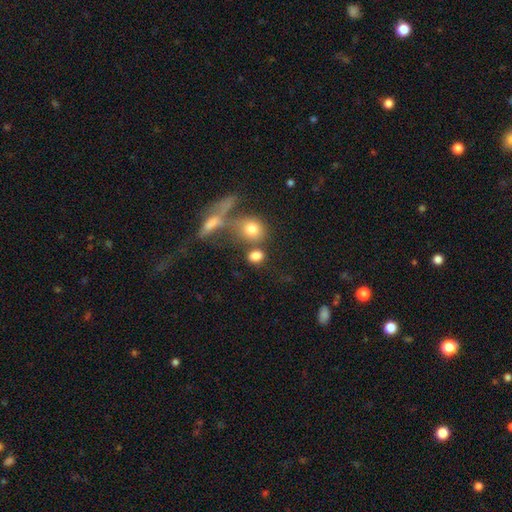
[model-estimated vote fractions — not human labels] smooth 79%, star or artifact 11%, featured or disk 10%. Down the decision tree: how rounded — round (50%); merging — none (50%).